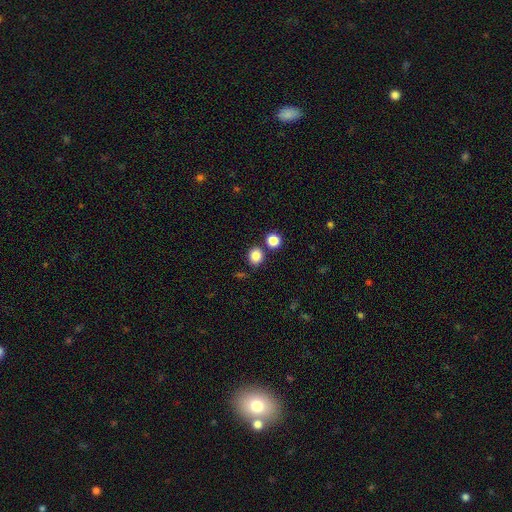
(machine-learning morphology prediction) Q: Smooth or featured?
A: smooth (84%); runner-up: star or artifact (11%)
Q: How rounded?
A: round (75%); runner-up: in between (24%)
Q: Merging?
A: none (77%); runner-up: merger (11%)